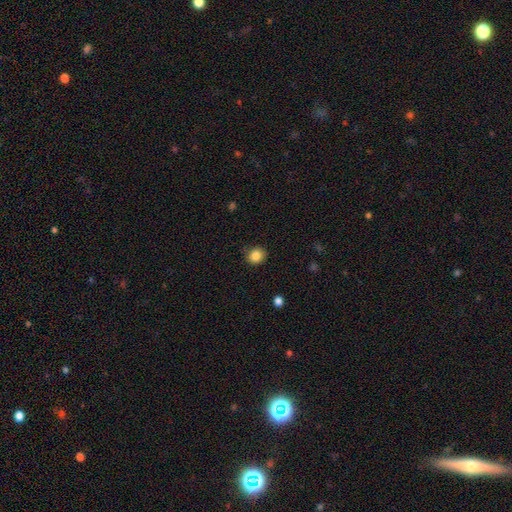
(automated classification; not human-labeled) smooth-or-featured: smooth: 85% | star or artifact: 10% | featured or disk: 5%
  how-rounded: round: 80% | in between: 19% | cigar-shaped: 1%
  merging: none: 87% | minor disturbance: 10% | major disturbance: 2% | merger: 1%